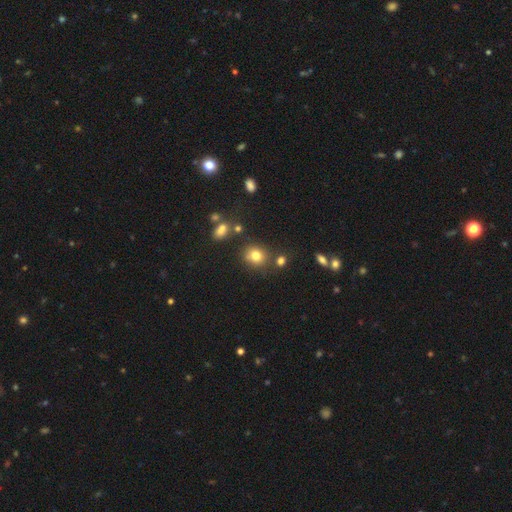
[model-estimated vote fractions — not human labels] Smooth or featured: smooth — 78% (star or artifact — 14%)
How rounded: round — 76% (in between — 23%)
Merging: none — 74% (minor disturbance — 13%)